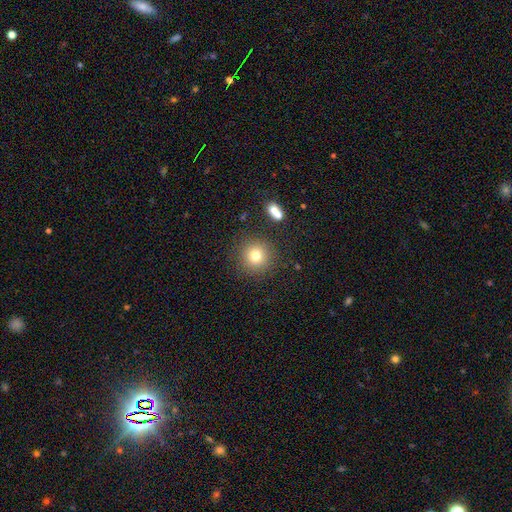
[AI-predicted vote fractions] Smooth or featured: smooth — 78% (star or artifact — 13%)
How rounded: round — 93% (in between — 6%)
Merging: none — 86% (minor disturbance — 8%)